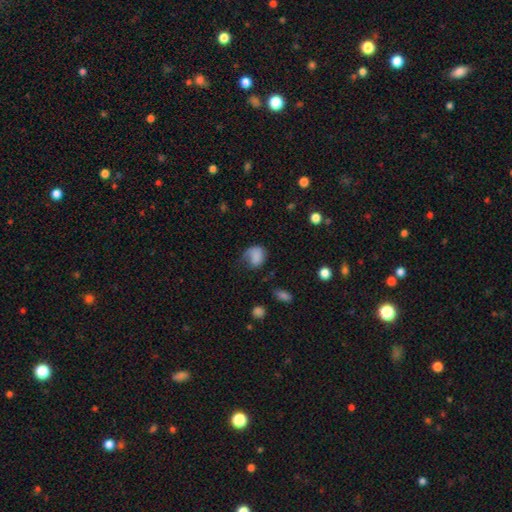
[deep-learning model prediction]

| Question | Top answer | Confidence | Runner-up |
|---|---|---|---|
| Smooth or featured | smooth | 75% | featured or disk (16%) |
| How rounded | in between | 53% | round (46%) |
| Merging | none | 35% | major disturbance (33%) |